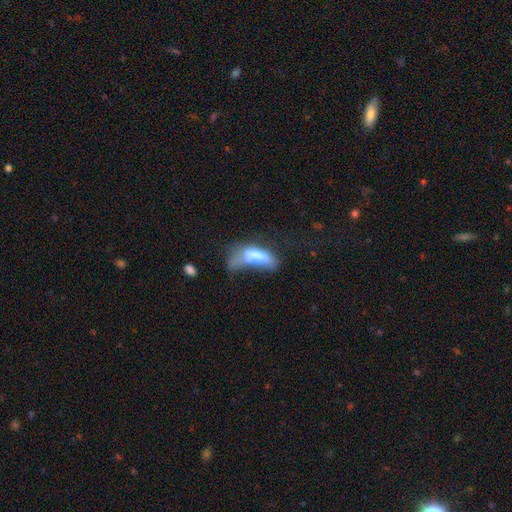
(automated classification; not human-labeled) smooth 64%, featured or disk 26%, star or artifact 10%. Down the decision tree: how rounded — in between (65%); merging — major disturbance (45%).